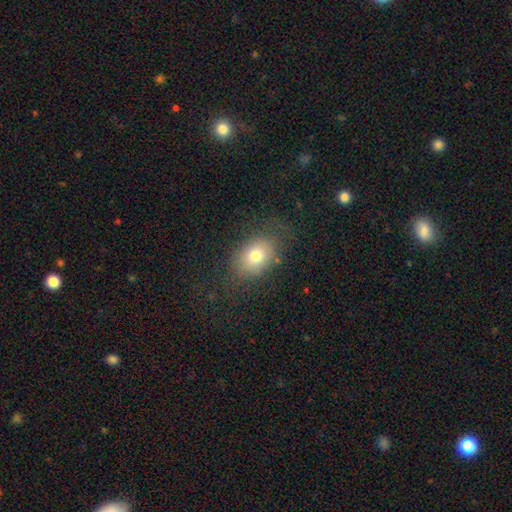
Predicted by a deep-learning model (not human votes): Smooth or featured? smooth (74%)
How rounded? in between (70%)
Merging? none (72%)